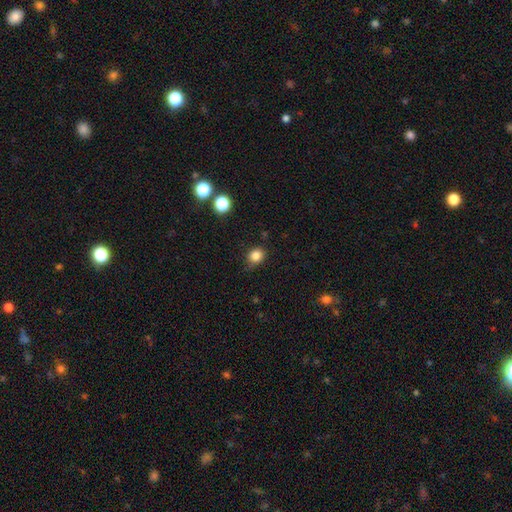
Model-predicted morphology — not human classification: Smooth or featured: smooth — 83% (star or artifact — 12%)
How rounded: round — 67% (in between — 32%)
Merging: none — 76% (minor disturbance — 19%)